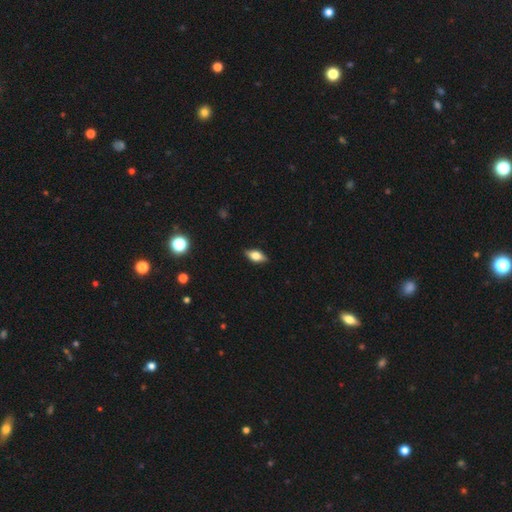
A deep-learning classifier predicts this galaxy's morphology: type=smooth (59%); roundness=in between (80%); merging=none (87%).